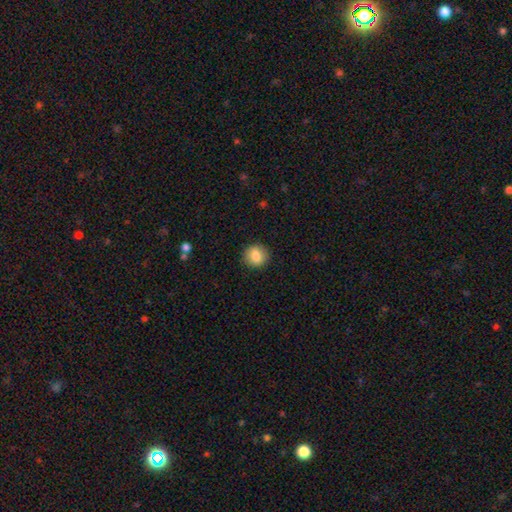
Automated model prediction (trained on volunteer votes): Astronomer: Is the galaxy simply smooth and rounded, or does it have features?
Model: smooth — 83%.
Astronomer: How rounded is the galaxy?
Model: round — 90%.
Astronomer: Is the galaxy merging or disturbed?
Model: none — 91%.